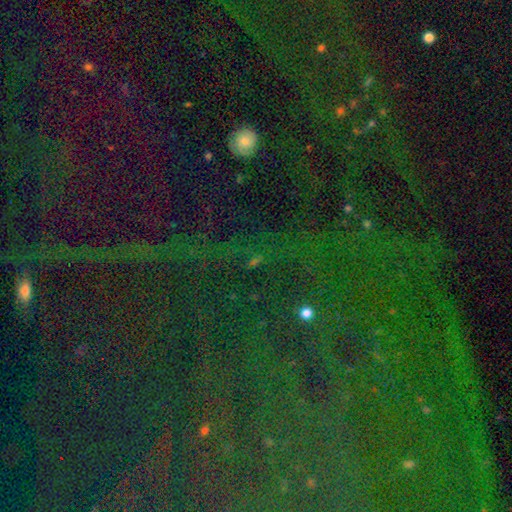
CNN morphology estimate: Overall: star or artifact (79%).